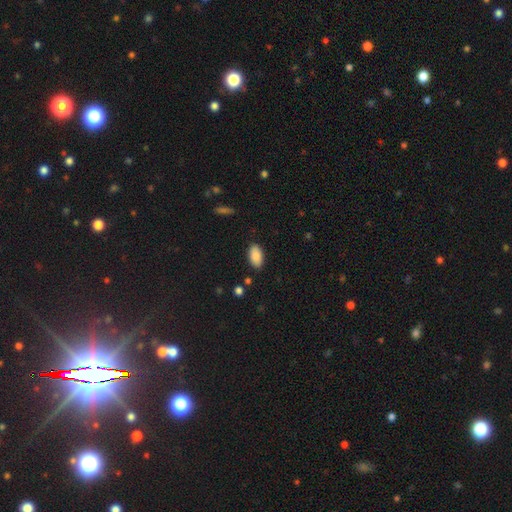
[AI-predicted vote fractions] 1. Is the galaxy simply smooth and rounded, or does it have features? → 88% smooth, 7% star or artifact, 5% featured or disk.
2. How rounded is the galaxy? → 94% in between, 3% round, 3% cigar-shaped.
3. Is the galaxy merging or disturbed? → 87% none, 10% minor disturbance, 2% major disturbance, 1% merger.